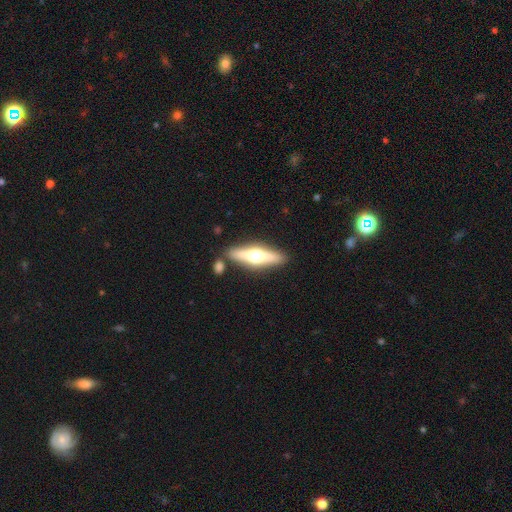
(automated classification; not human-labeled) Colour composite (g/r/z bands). It shows a featured or disk galaxy (59%) viewed edge-on (91%) with a rounded central bulge (95%). Merging: none (81%).